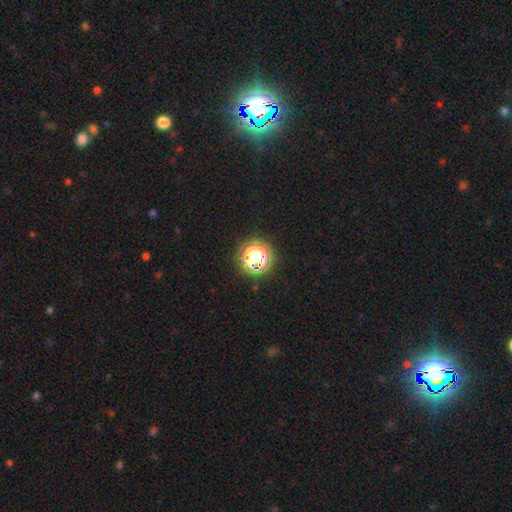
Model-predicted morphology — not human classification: Overall: star or artifact (48%; smooth 41%).